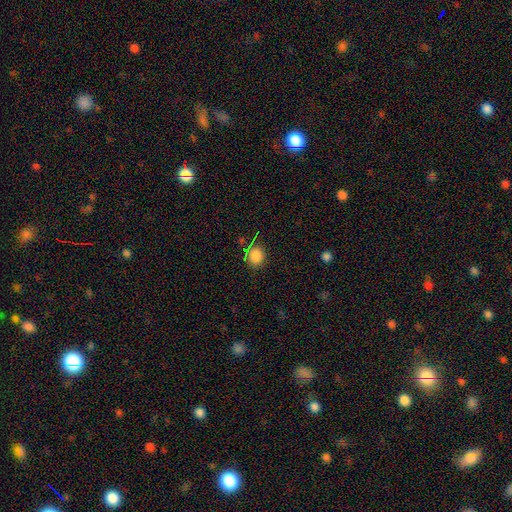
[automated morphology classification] Q: Smooth or featured?
A: smooth (81%); runner-up: star or artifact (14%)
Q: How rounded?
A: round (78%); runner-up: in between (21%)
Q: Merging?
A: none (81%); runner-up: minor disturbance (12%)